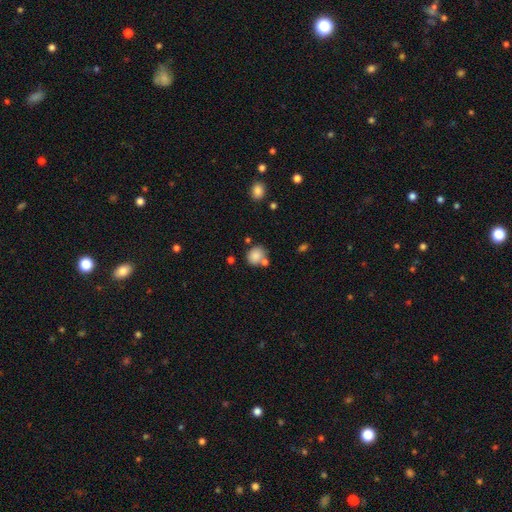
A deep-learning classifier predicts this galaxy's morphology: Smooth or featured? Predicted: smooth (p=0.84). How rounded? Predicted: round (p=0.68). Merging? Predicted: none (p=0.62).